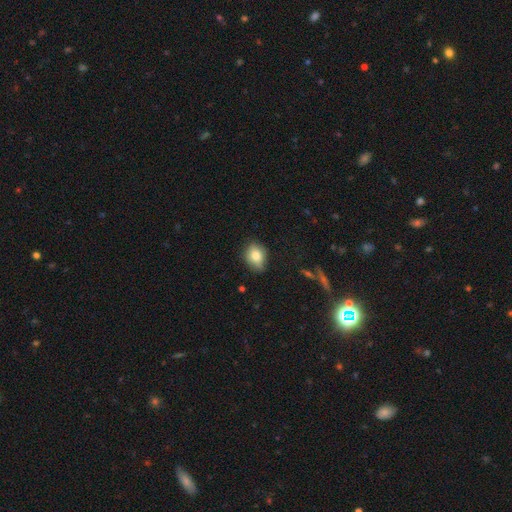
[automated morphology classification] Smooth or featured? smooth (79%)
How rounded? in between (62%)
Merging? none (72%)